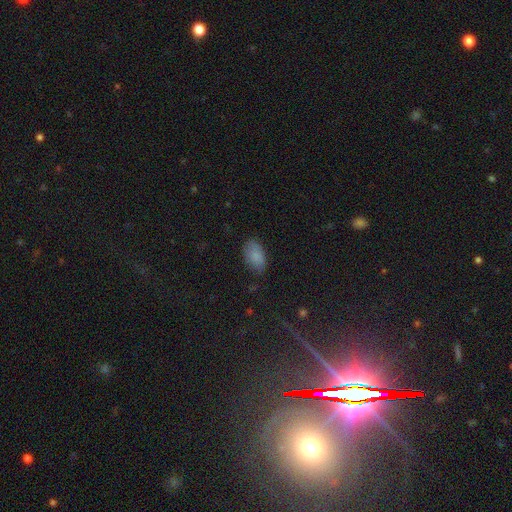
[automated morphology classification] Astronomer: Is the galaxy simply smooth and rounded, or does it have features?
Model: smooth — 85%.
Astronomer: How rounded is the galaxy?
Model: in between — 93%.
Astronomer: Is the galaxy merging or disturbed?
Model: none — 75%.